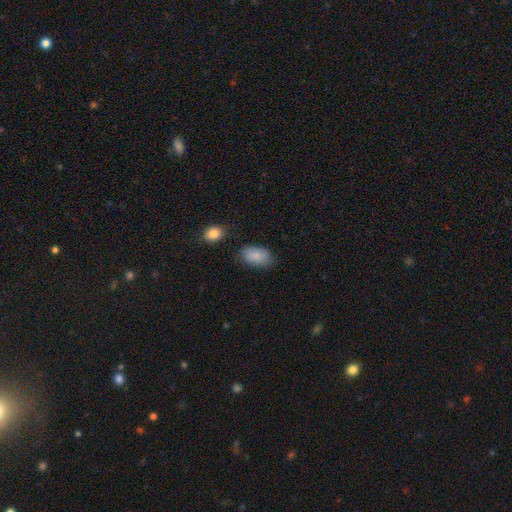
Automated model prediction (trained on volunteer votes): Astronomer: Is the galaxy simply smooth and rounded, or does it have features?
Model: smooth — 86%.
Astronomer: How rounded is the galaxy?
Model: in between — 92%.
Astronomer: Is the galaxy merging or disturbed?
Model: none — 77%.